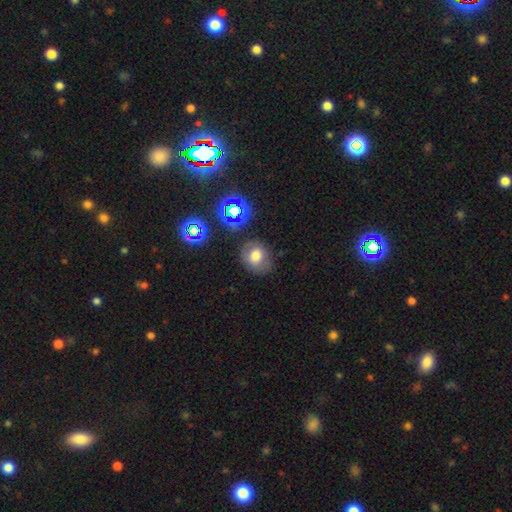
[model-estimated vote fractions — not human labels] Smooth or featured? smooth (70%)
How rounded? round (63%)
Merging? none (73%)